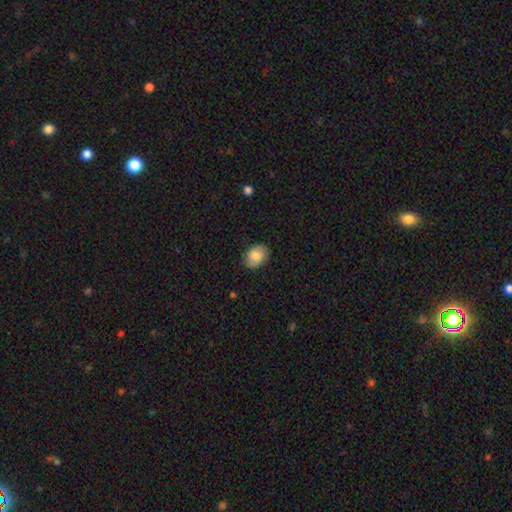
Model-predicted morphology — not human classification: Smooth or featured: smooth — 77% (featured or disk — 15%)
How rounded: in between — 75% (round — 24%)
Merging: none — 80% (minor disturbance — 16%)